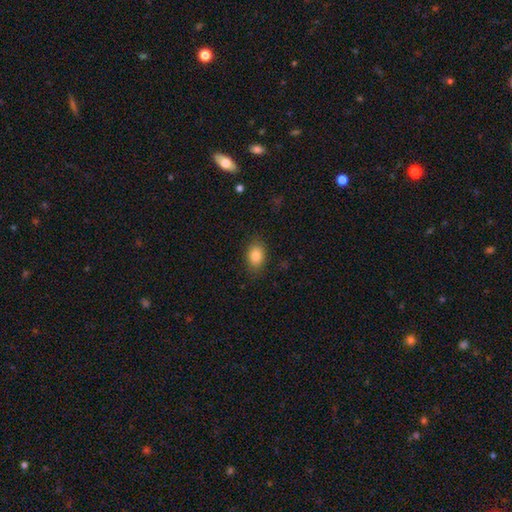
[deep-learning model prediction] A smooth galaxy with no disk features (84%) that is in between round and cigar-shaped (78%). Merging: none (85%).